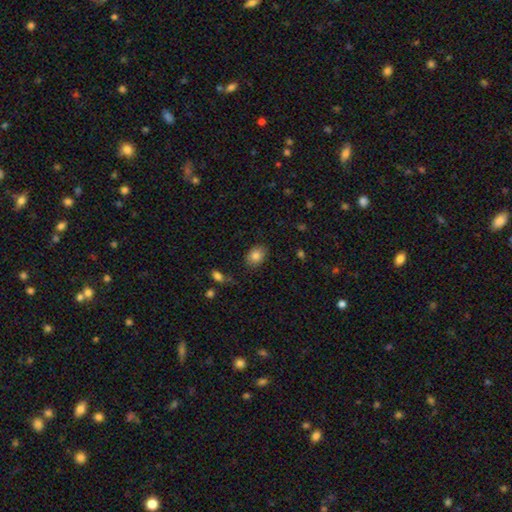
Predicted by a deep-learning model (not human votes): Q: Smooth or featured?
A: smooth (83%); runner-up: star or artifact (9%)
Q: How rounded?
A: in between (70%); runner-up: round (29%)
Q: Merging?
A: none (81%); runner-up: minor disturbance (14%)